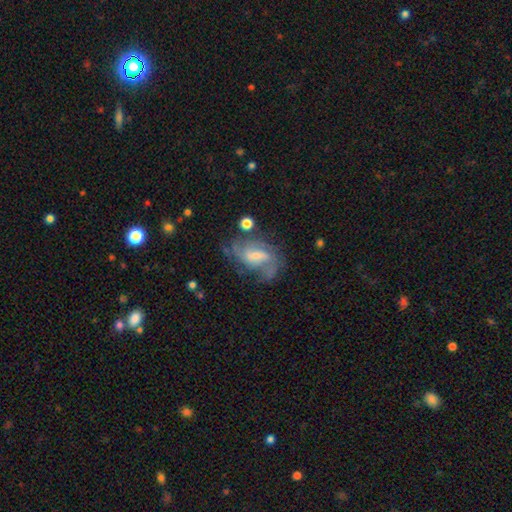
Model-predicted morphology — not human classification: This appears to be a featured or disk galaxy (70%) with a weak bar (51%), 2 (42%) medium (44%) spiral arms (82%) and a small central bulge (48%). Merging: none (48%).